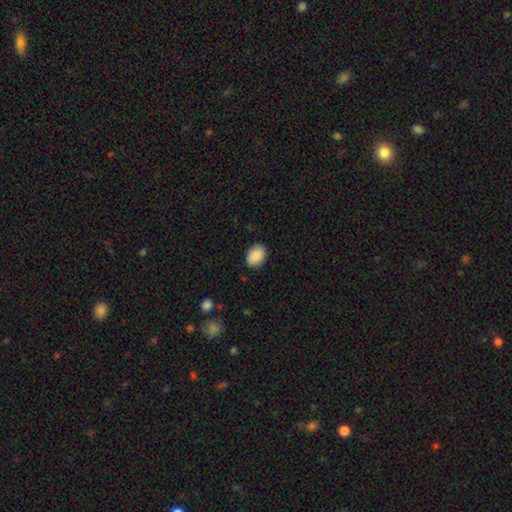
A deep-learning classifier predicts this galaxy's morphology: smooth-or-featured: smooth: 90% | star or artifact: 7% | featured or disk: 3%
  how-rounded: in between: 73% | round: 26% | cigar-shaped: 1%
  merging: none: 87% | minor disturbance: 10% | major disturbance: 2% | merger: 1%